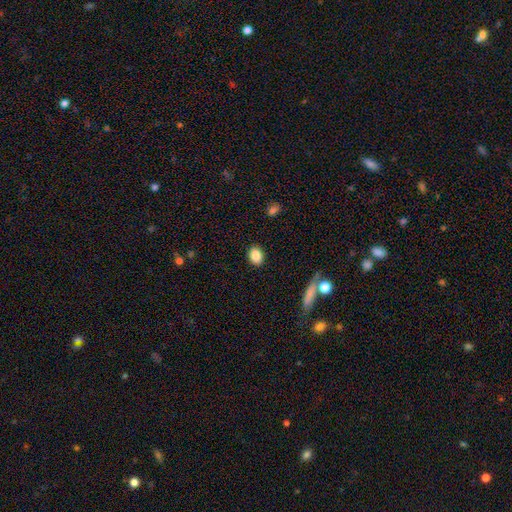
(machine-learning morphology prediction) type=smooth (87%); roundness=in between (60%); merging=none (89%).